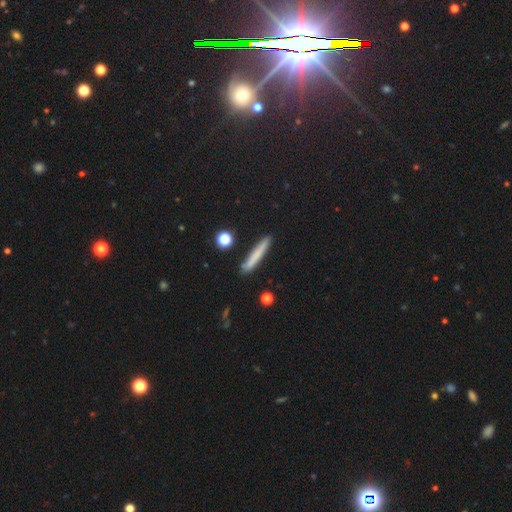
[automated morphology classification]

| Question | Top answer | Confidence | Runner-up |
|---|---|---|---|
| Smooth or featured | smooth | 70% | featured or disk (22%) |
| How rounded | cigar-shaped | 95% | in between (3%) |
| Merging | none | 87% | minor disturbance (9%) |